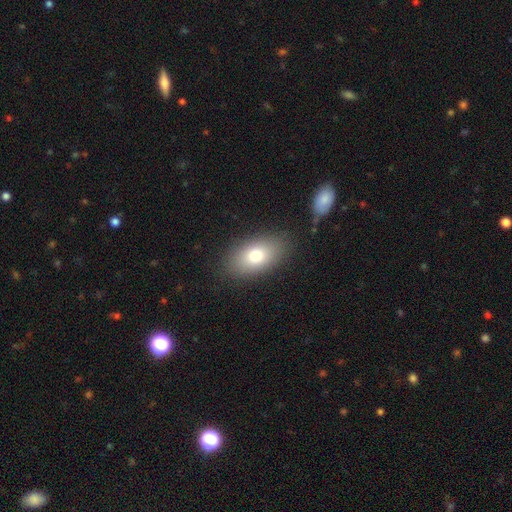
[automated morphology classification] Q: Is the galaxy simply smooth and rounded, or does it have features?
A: smooth — 77%.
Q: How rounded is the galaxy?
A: in between — 91%.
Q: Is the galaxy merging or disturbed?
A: none — 85%.